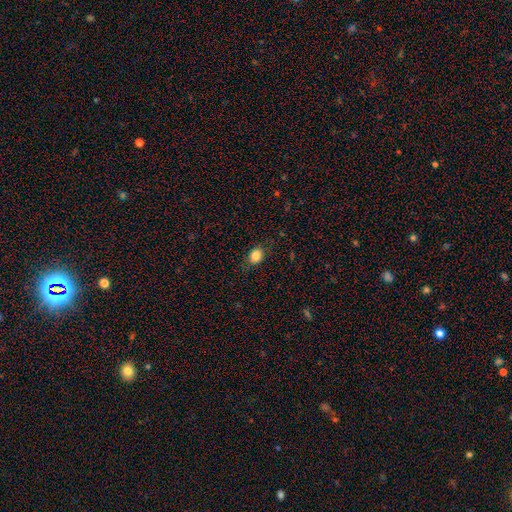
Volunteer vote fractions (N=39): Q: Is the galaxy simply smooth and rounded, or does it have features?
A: smooth — 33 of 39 (85%).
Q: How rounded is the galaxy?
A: round — 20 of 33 (61%).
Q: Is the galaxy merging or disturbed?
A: none — 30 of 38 (79%).